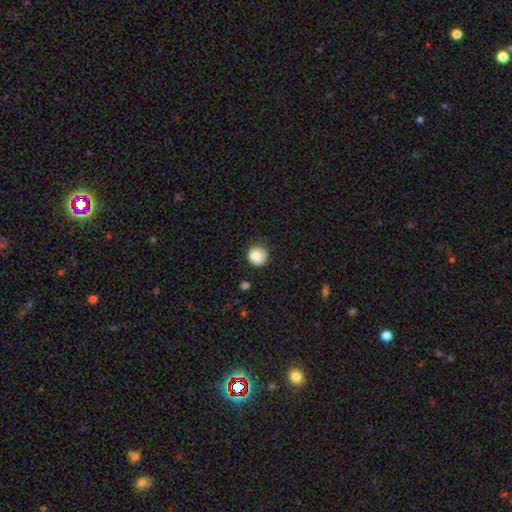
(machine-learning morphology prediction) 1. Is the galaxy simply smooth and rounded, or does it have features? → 84% smooth, 9% star or artifact, 6% featured or disk.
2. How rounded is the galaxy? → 90% round, 9% in between, 1% cigar-shaped.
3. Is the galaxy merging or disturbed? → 76% none, 18% minor disturbance, 4% major disturbance, 2% merger.